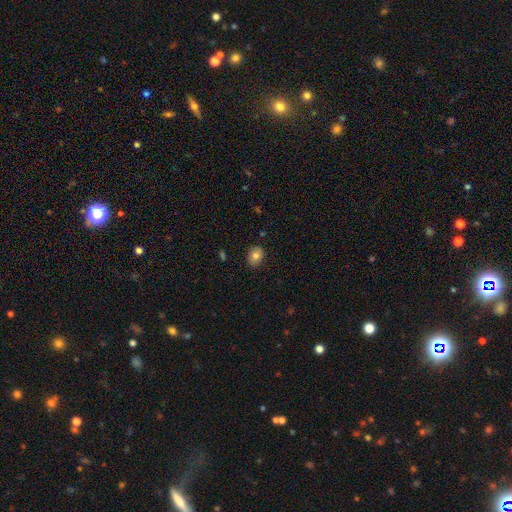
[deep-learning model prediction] smooth 80%, featured or disk 11%, star or artifact 10%. Down the decision tree: how rounded — in between (54%); merging — none (86%).